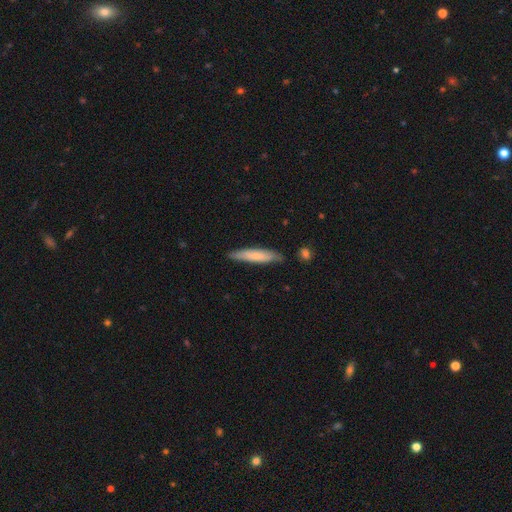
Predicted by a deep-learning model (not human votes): This appears to be a smooth galaxy with no disk features (71%) that is cigar-shaped (88%). Merging: none (83%).